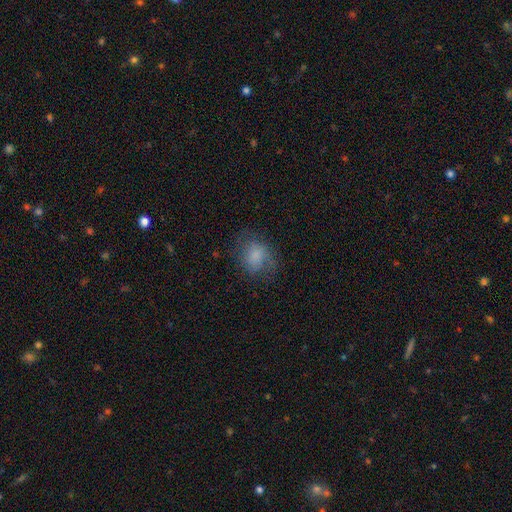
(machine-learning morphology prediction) Smooth or featured: smooth — 68% (featured or disk — 23%)
How rounded: round — 50% (in between — 49%)
Merging: none — 59% (minor disturbance — 24%)